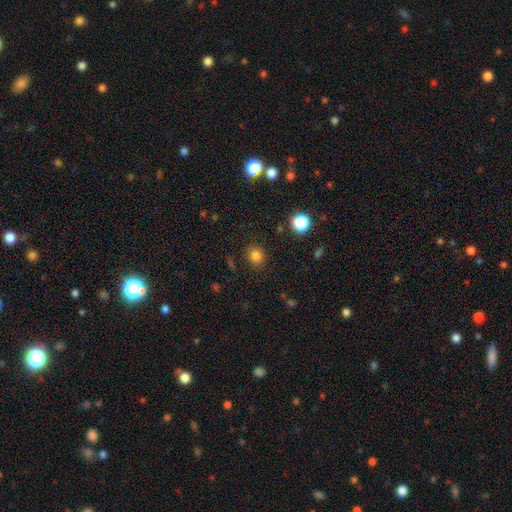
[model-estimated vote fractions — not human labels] smooth-or-featured: smooth: 80% | star or artifact: 15% | featured or disk: 5%
  how-rounded: round: 78% | in between: 21% | cigar-shaped: 1%
  merging: none: 87% | minor disturbance: 8% | major disturbance: 3% | merger: 2%